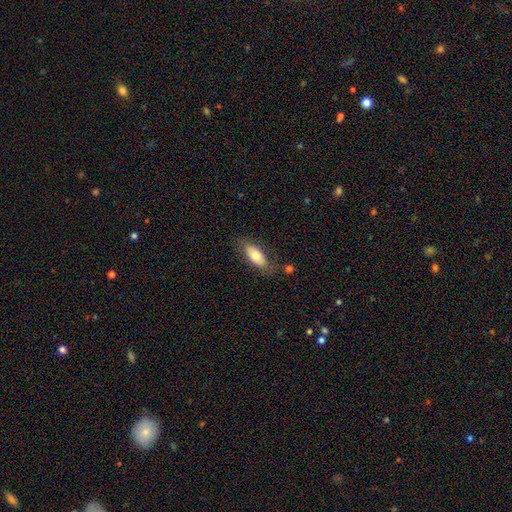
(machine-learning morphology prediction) Overall: smooth (69%). How rounded: in between (82%). Merging: none (76%).